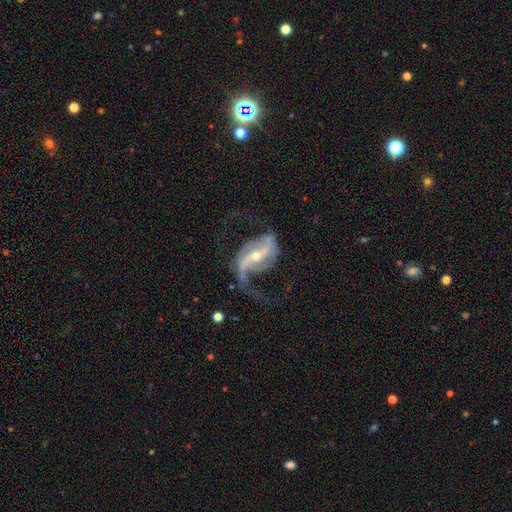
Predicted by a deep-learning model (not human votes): Smooth or featured? featured or disk (91%)
Edge-on disk? no (96%)
Bar? strong (56%)
Spiral arms? yes (96%)
Spiral winding? loose (67%)
Spiral arm count? 2 (89%)
Bulge size? small (59%)
Merging? none (56%)